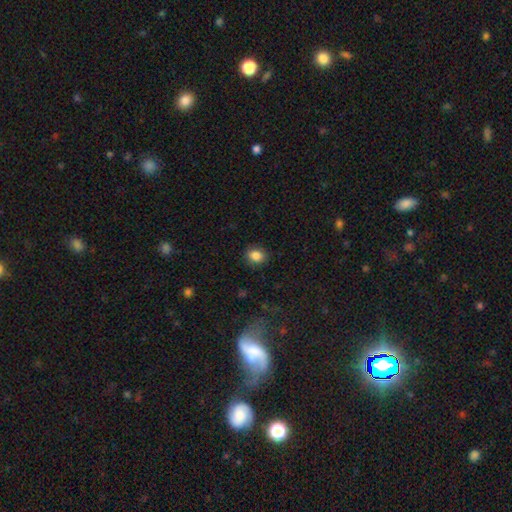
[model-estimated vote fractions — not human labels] Smooth or featured: smooth — 86% (star or artifact — 10%)
How rounded: in between — 51% (round — 48%)
Merging: none — 86% (minor disturbance — 10%)